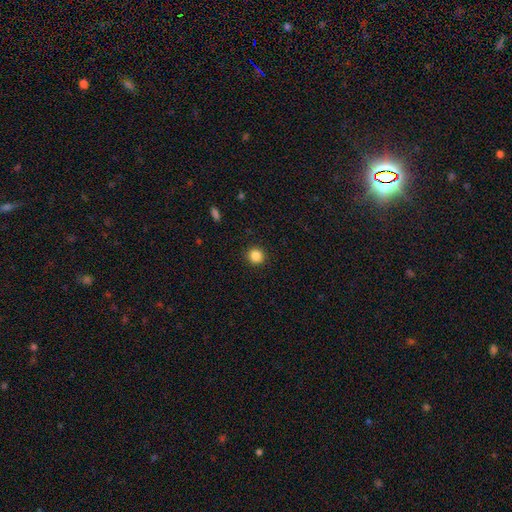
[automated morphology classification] Smooth or featured: smooth — 86% (star or artifact — 11%)
How rounded: round — 93% (in between — 6%)
Merging: none — 92% (minor disturbance — 5%)